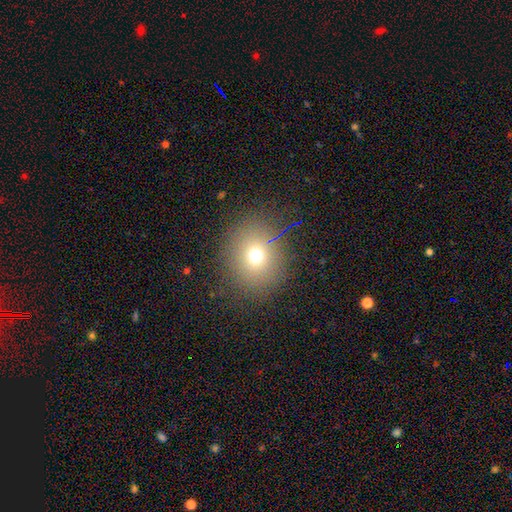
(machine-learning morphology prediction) This appears to be a smooth galaxy with no disk features (69%) that is round (77%). Merging: none (86%).